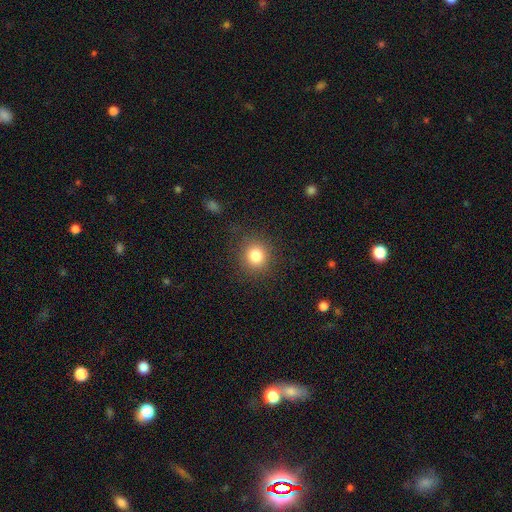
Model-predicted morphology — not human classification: Smooth or featured? smooth (83%)
How rounded? round (86%)
Merging? none (84%)